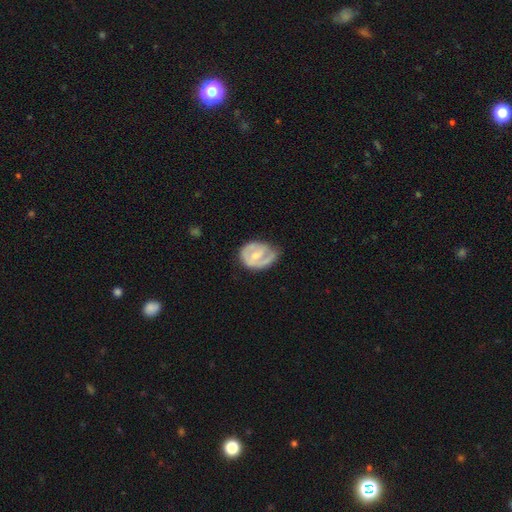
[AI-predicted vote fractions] A featured or disk galaxy (63%) with a weak bar (49%), spiral arms (70%) and a small central bulge (46%).

Vote fractions:
- Smooth or featured? featured or disk: 63% / smooth: 32% / star or artifact: 5%
- Edge-on disk? no: 97% / yes: 3%
- Bar? weak: 49% / no: 34% / strong: 18%
- Spiral arms? yes: 70% / no: 30%
- Bulge size? small: 46% / moderate: 43% / none: 7% / large: 3% / dominant: 1%
- Merging? none: 44% / minor disturbance: 36% / major disturbance: 18% / merger: 2%